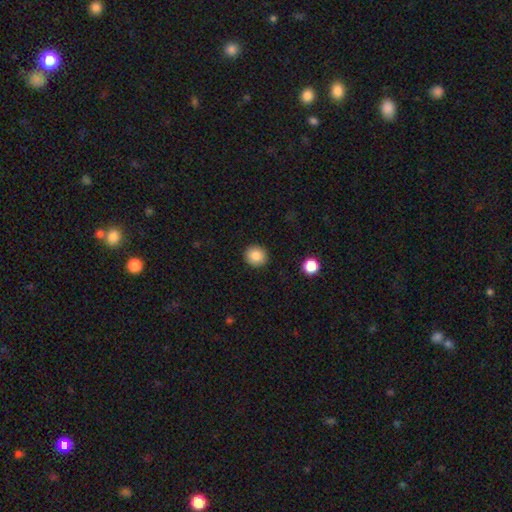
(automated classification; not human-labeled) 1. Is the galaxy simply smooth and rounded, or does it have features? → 86% smooth, 9% star or artifact, 5% featured or disk.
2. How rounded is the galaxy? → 89% round, 10% in between, 1% cigar-shaped.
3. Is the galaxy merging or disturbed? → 92% none, 5% minor disturbance, 2% major disturbance, 1% merger.